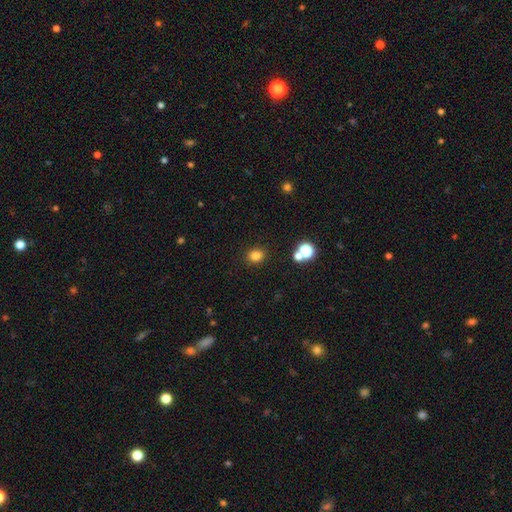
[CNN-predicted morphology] smooth 81%, star or artifact 15%, featured or disk 5%. Down the decision tree: how rounded — round (70%); merging — none (88%).